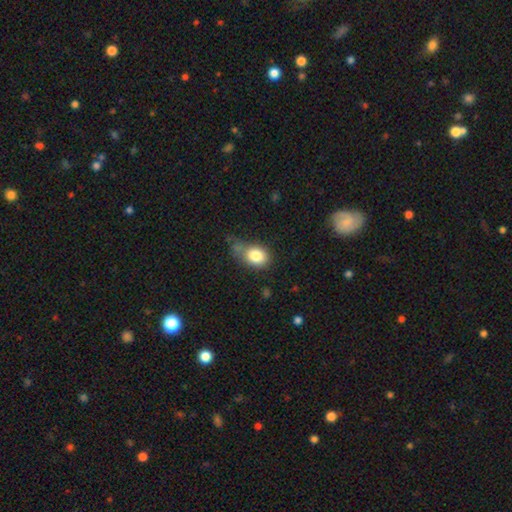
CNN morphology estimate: Q: Smooth or featured?
A: smooth (80%); runner-up: featured or disk (10%)
Q: How rounded?
A: in between (66%); runner-up: round (32%)
Q: Merging?
A: none (42%); runner-up: minor disturbance (35%)